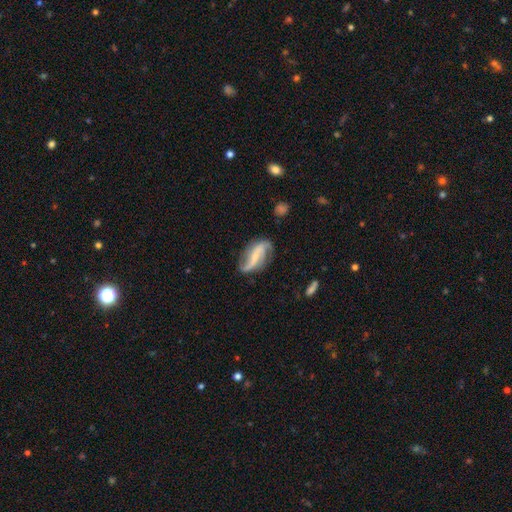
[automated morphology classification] type=featured or disk (79%); edge-on=no (94%); bar=strong (37%, tied with weak); spiral arms=yes (94%); winding=loose (69%); arm count=2 (81%); bulge=small (51%); merging=none (66%).